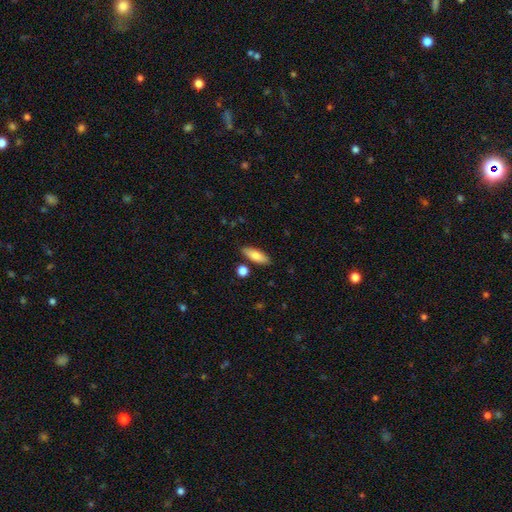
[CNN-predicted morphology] smooth 79%, featured or disk 14%, star or artifact 6%. Down the decision tree: how rounded — in between (67%); merging — none (84%).